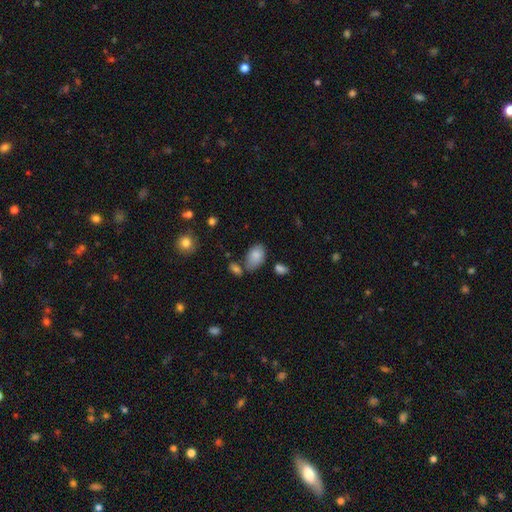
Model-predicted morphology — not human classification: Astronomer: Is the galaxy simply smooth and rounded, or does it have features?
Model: smooth — 83%.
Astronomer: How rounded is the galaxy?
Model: in between — 91%.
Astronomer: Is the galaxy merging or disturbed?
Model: none — 56%.